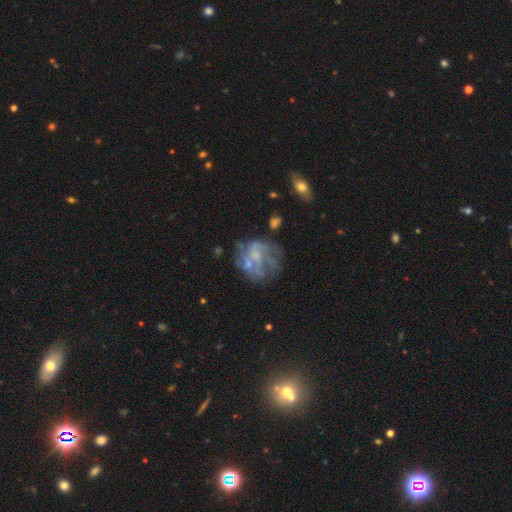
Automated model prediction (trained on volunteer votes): Smooth or featured? featured or disk (67%)
Edge-on disk? no (98%)
Bar? no (78%)
Spiral arms? no (55%)
Bulge size? small (40%)
Merging? none (46%)